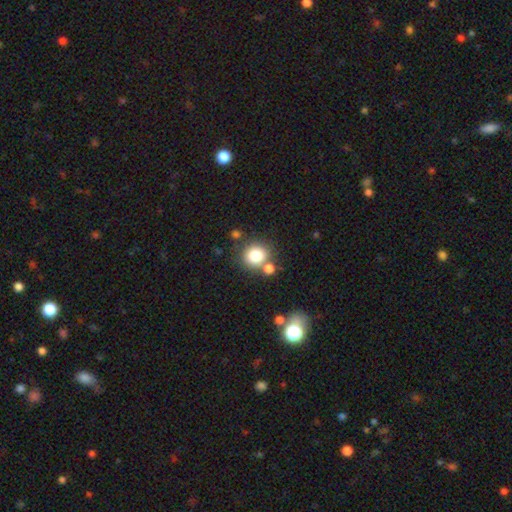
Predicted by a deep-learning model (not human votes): Q: Smooth or featured?
A: smooth (79%); runner-up: star or artifact (12%)
Q: How rounded?
A: round (84%); runner-up: in between (15%)
Q: Merging?
A: none (69%); runner-up: merger (18%)